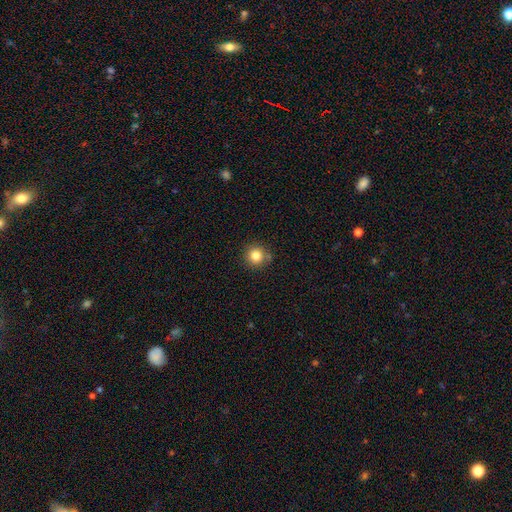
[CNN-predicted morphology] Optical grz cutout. It shows a smooth galaxy with no disk features (83%) that is round (94%). Merging: none (84%).